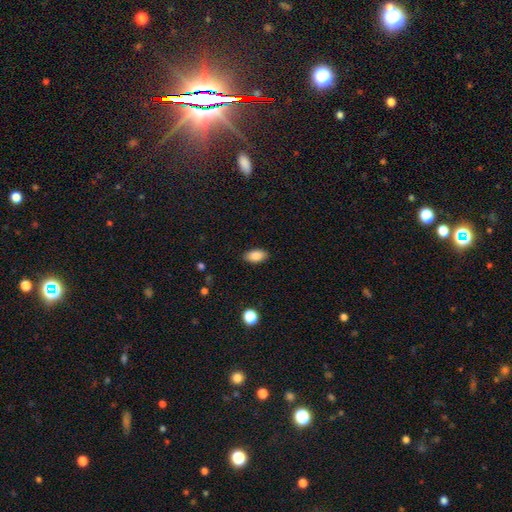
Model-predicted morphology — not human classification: This appears to be a smooth galaxy with no disk features (87%) that is in between round and cigar-shaped (92%). Merging: none (88%).